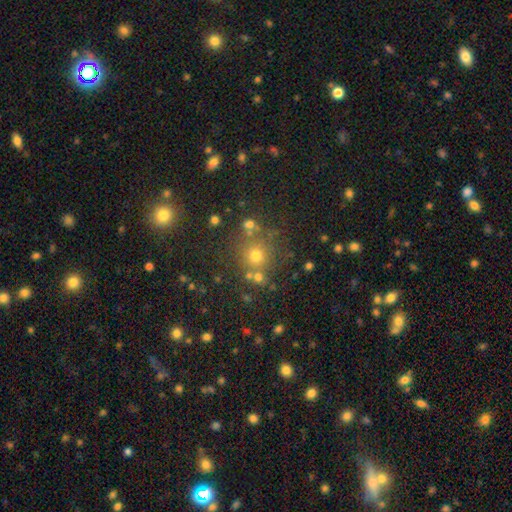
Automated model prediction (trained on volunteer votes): Morphology: type=smooth (64%); roundness=round (91%); merging=none (75%).